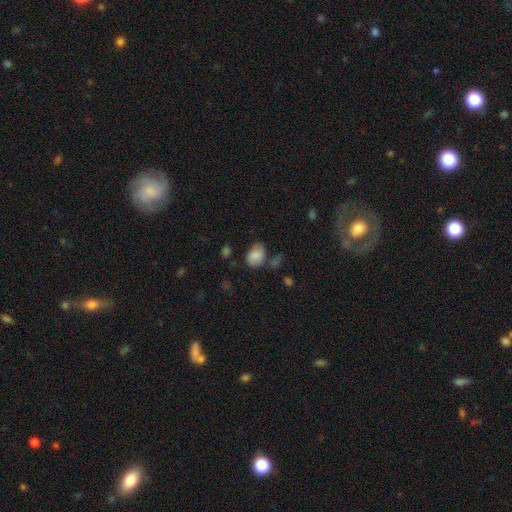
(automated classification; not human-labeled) Q: Smooth or featured?
A: smooth (84%); runner-up: star or artifact (9%)
Q: How rounded?
A: in between (80%); runner-up: round (19%)
Q: Merging?
A: none (54%); runner-up: minor disturbance (27%)